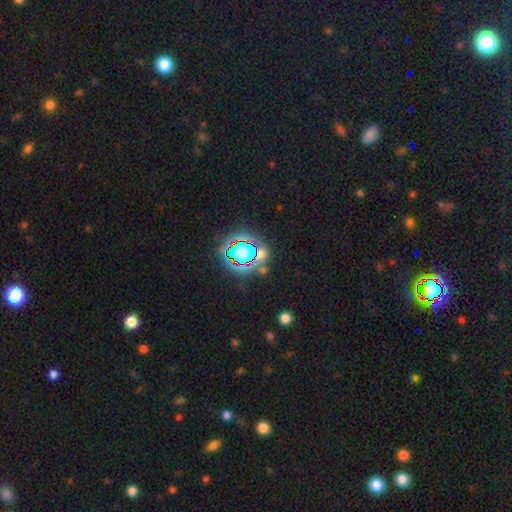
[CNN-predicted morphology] Smooth or featured? star or artifact (77%)